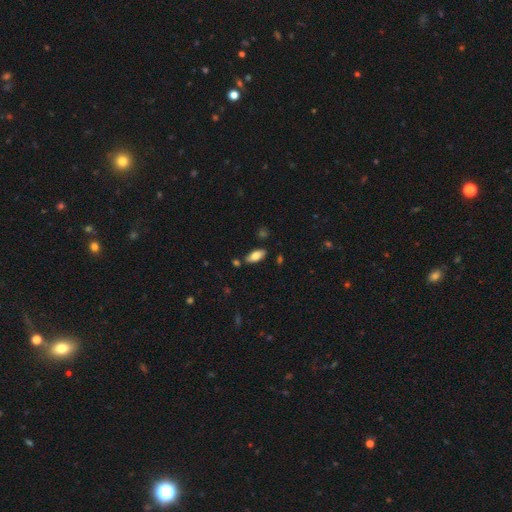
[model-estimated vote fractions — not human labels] The model was most divided on "smooth or featured": smooth: 77%, featured or disk: 16%, star or artifact: 7%. More confident: how rounded — in between (85%); merging — none (82%).